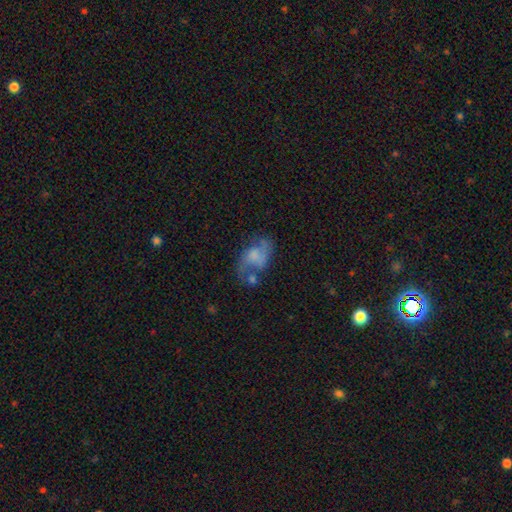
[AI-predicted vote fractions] featured or disk 55%, smooth 34%, star or artifact 10%. Down the decision tree: edge-on disk — no (96%); bar — no (69%); spiral arms — yes (70%); bulge size — none (42%); merging — none (39%).